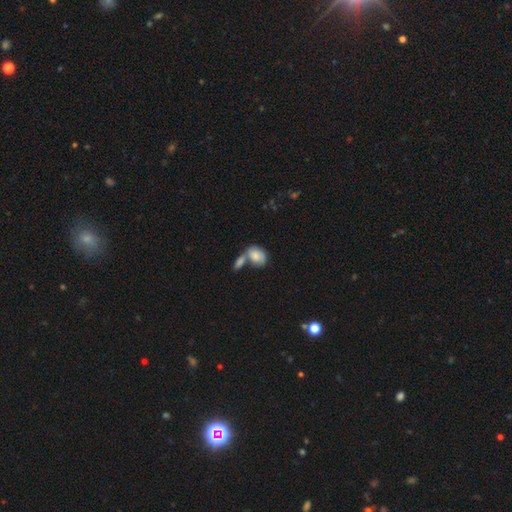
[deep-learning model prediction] Overall: smooth (82%). How rounded: in between (80%). Merging: merger (52%; none 31%).